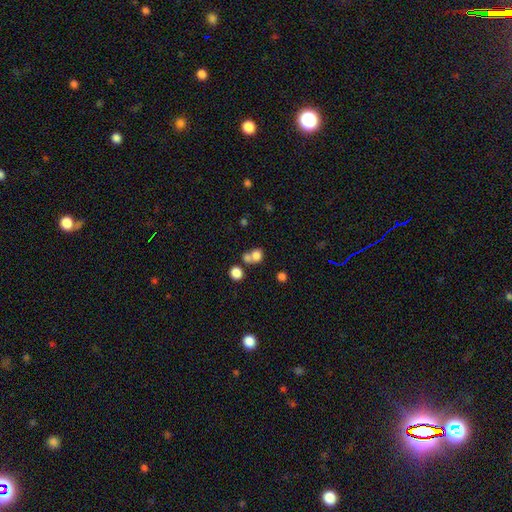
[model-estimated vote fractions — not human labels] Smooth or featured? Predicted: smooth (p=0.78). How rounded? Predicted: round (p=0.66). Merging? Predicted: merger (p=0.48).